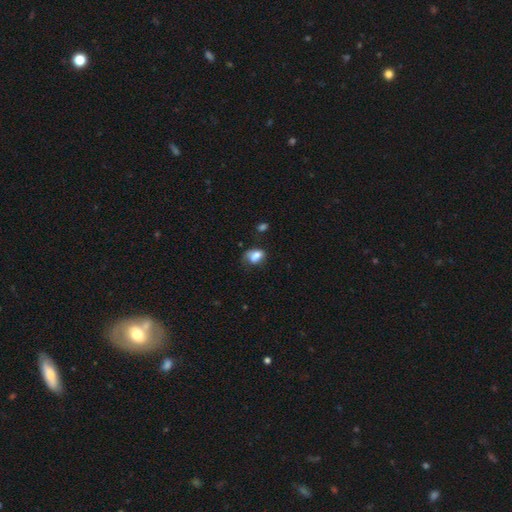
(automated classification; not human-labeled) Q: Smooth or featured?
A: smooth (71%); runner-up: featured or disk (18%)
Q: How rounded?
A: in between (77%); runner-up: round (21%)
Q: Merging?
A: none (34%); runner-up: minor disturbance (29%)